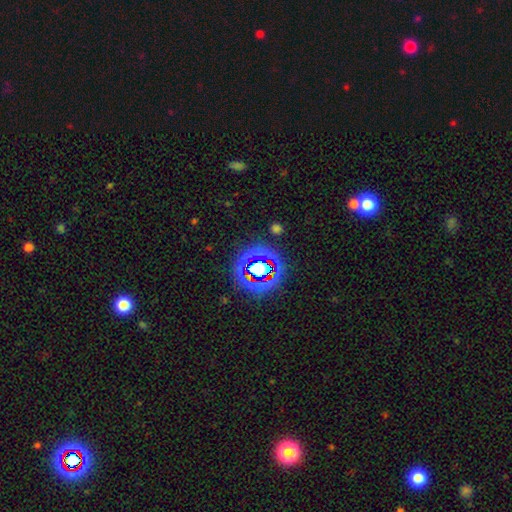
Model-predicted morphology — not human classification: Q: Smooth or featured?
A: star or artifact (75%); runner-up: smooth (16%)